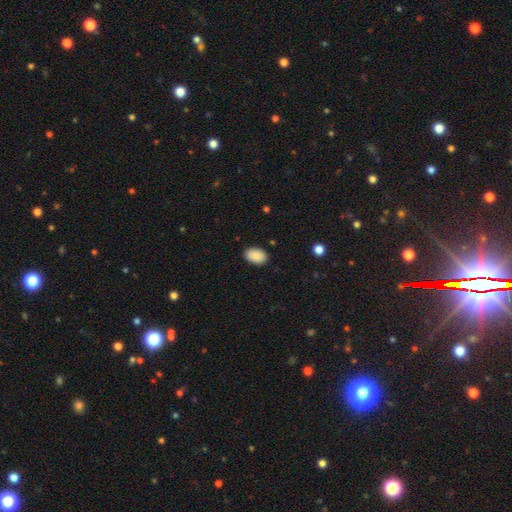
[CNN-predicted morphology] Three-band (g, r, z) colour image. It shows a smooth galaxy with no disk features (89%) that is in between round and cigar-shaped (88%). Merging: none (87%).